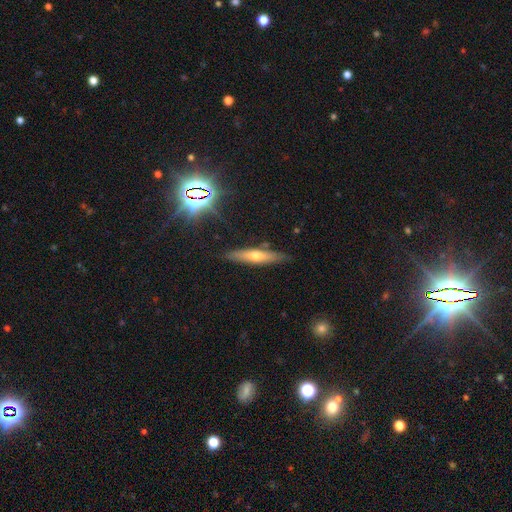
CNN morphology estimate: This is possibly a featured or disk galaxy (47%). Merging: clearly none (85%).